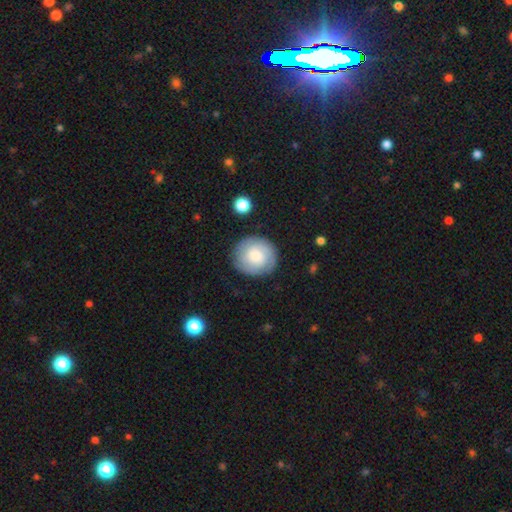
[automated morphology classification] Overall: smooth (49%; featured or disk 44%). Merging: none (84%).